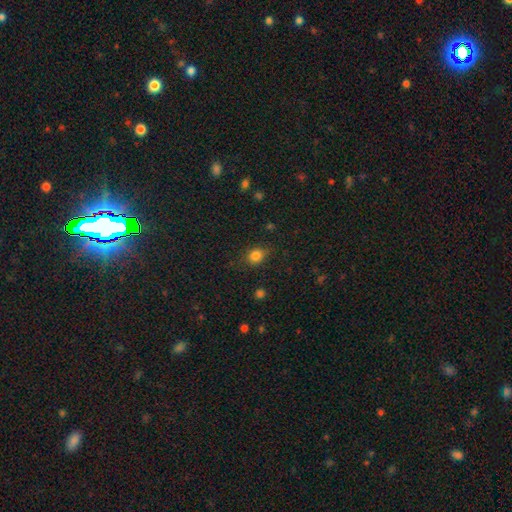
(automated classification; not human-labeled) Smooth or featured? smooth (82%)
How rounded? round (61%)
Merging? none (76%)